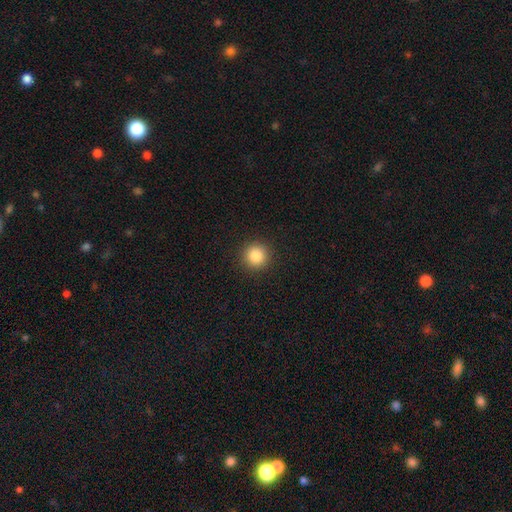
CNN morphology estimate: Smooth or featured?
  - smooth: 84% *
  - star or artifact: 11%
  - featured or disk: 5%
How rounded?
  - round: 95% *
  - in between: 4%
  - cigar-shaped: 1%
Merging?
  - none: 92% *
  - minor disturbance: 5%
  - major disturbance: 2%
  - merger: 1%